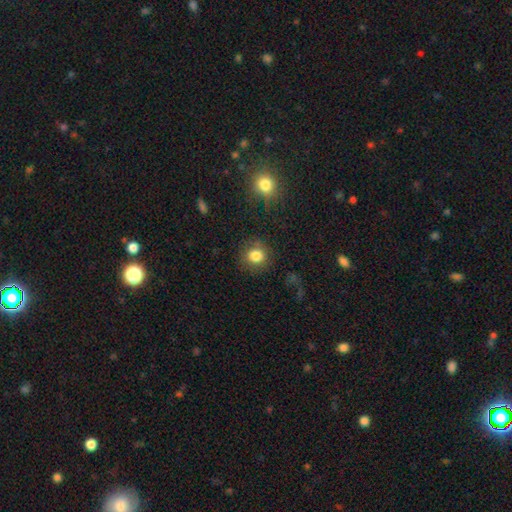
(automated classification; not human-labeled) A smooth galaxy with no disk features (82%) that is round (87%).

Vote fractions:
- Smooth or featured? smooth: 82% / star or artifact: 11% / featured or disk: 7%
- How rounded? round: 87% / in between: 12% / cigar-shaped: 1%
- Merging? none: 82% / minor disturbance: 12% / major disturbance: 5% / merger: 2%